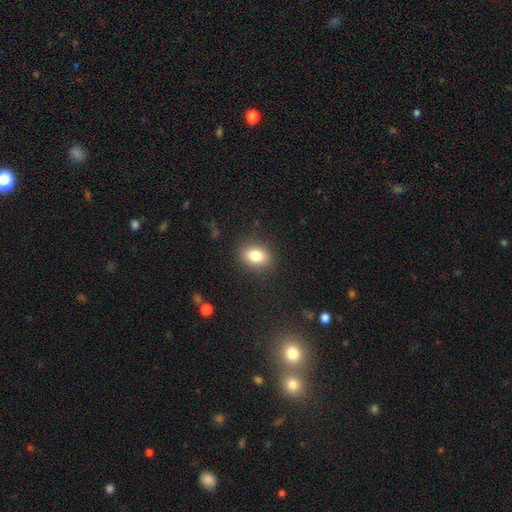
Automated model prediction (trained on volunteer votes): This appears to be a smooth galaxy with no disk features (81%) that is in between round and cigar-shaped (56%). Merging: none (86%).